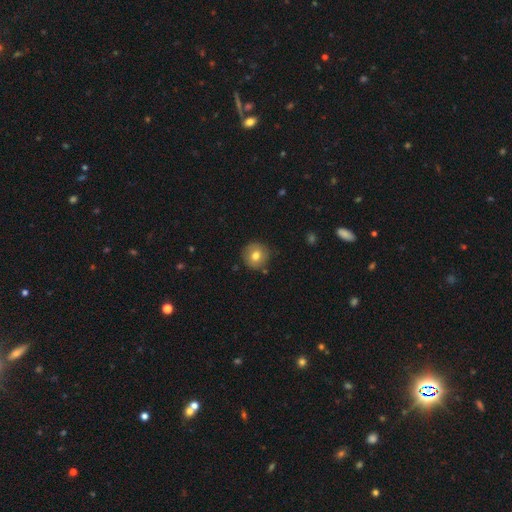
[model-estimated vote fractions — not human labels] The model was most divided on "smooth or featured": smooth: 76%, featured or disk: 15%, star or artifact: 9%. More confident: how rounded — round (94%); merging — none (86%).